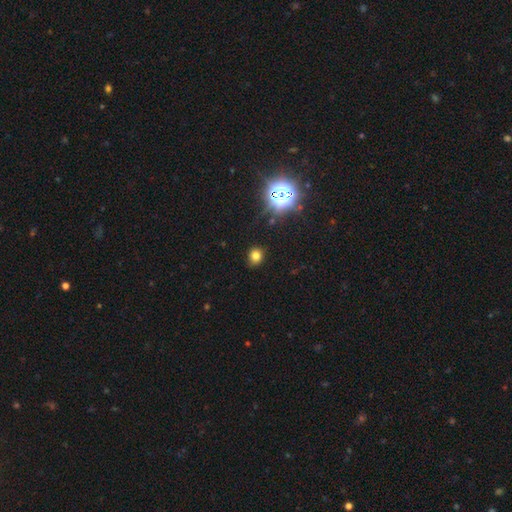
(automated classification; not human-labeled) Smooth or featured? Predicted: smooth (p=0.73). How rounded? Predicted: round (p=0.72). Merging? Predicted: none (p=0.85).